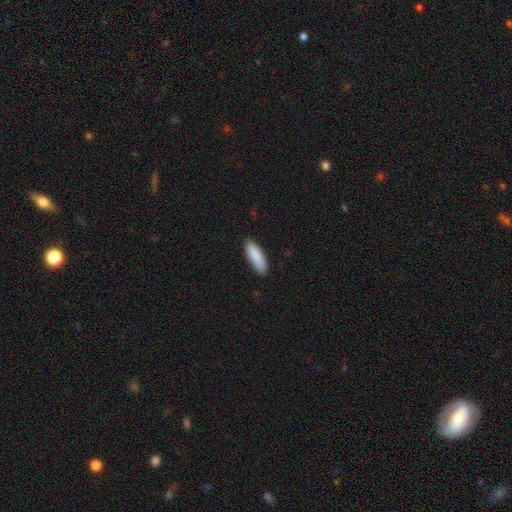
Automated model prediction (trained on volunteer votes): Q: Smooth or featured?
A: smooth (89%); runner-up: featured or disk (5%)
Q: How rounded?
A: cigar-shaped (51%); runner-up: in between (48%)
Q: Merging?
A: none (87%); runner-up: minor disturbance (10%)